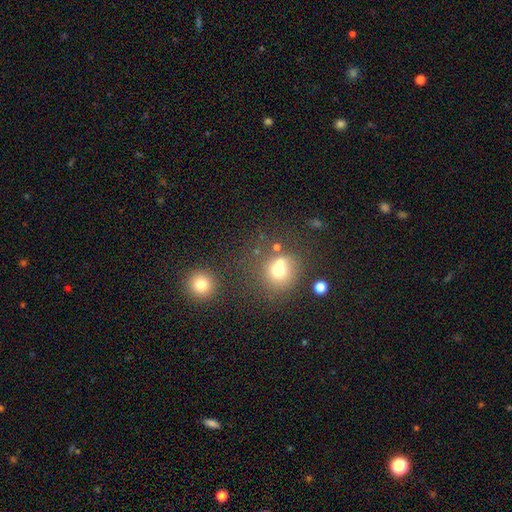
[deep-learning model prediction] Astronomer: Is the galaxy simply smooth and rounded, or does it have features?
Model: smooth — 54% (runner-up: star or artifact, 37%).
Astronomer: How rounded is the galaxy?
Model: round — 87%.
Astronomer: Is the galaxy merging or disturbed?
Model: none — 75%.